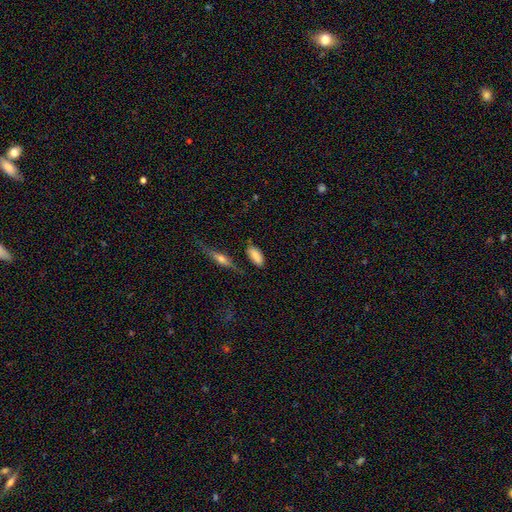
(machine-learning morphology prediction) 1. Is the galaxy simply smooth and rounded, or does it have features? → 83% smooth, 10% featured or disk, 7% star or artifact.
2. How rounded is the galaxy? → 87% in between, 11% cigar-shaped, 3% round.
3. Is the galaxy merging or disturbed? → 73% none, 17% minor disturbance, 5% merger, 5% major disturbance.